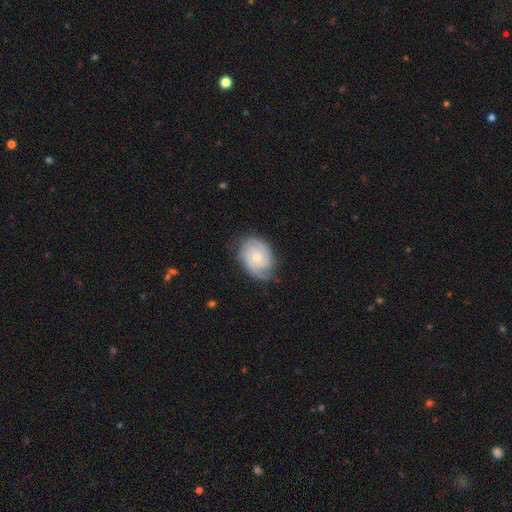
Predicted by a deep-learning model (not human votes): Smooth or featured: featured or disk — 75% (smooth — 20%)
Edge-on disk: no — 97% (yes — 3%)
Bar: no — 76% (weak — 22%)
Spiral arms: yes — 94% (no — 6%)
Spiral winding: tight — 65% (medium — 27%)
Spiral arm count: 2 — 37% (can't tell — 28%)
Bulge size: small — 50% (moderate — 44%)
Merging: none — 70% (minor disturbance — 22%)